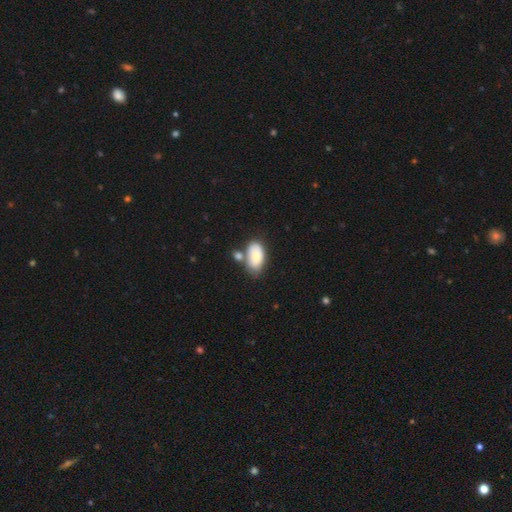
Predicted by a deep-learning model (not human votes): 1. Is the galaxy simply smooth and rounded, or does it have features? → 79% smooth, 15% featured or disk, 6% star or artifact.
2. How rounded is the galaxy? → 94% in between, 4% round, 2% cigar-shaped.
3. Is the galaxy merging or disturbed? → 48% none, 27% merger, 19% minor disturbance, 6% major disturbance.